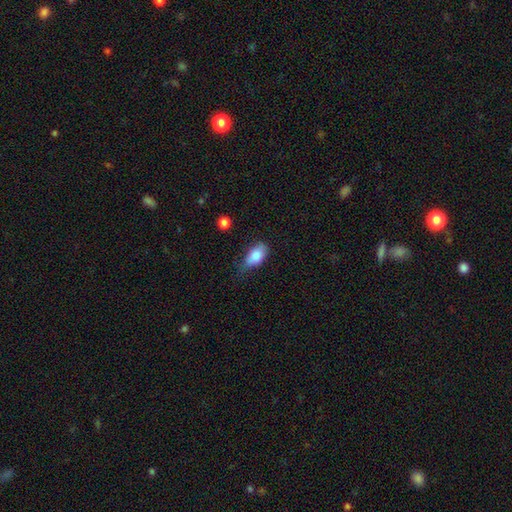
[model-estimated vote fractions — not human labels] Q: Smooth or featured?
A: smooth (83%); runner-up: featured or disk (10%)
Q: How rounded?
A: in between (90%); runner-up: round (6%)
Q: Merging?
A: none (48%); runner-up: minor disturbance (39%)